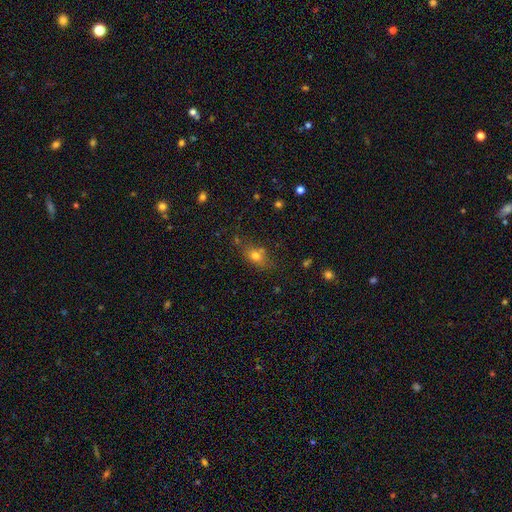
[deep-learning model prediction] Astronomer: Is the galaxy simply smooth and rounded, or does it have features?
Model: smooth — 71%.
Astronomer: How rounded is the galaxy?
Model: in between — 64%.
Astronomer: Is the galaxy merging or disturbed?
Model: none — 66%.